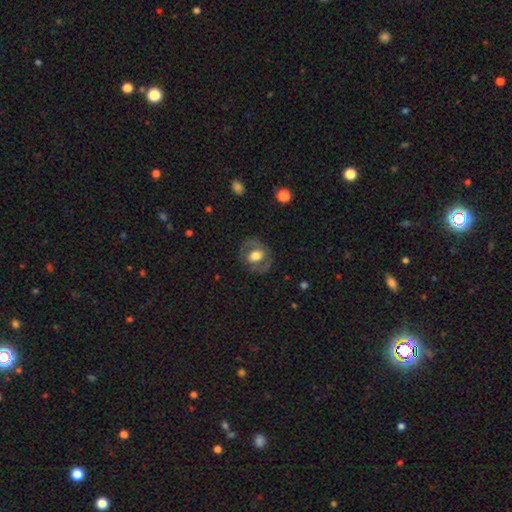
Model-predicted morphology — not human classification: Q: Smooth or featured?
A: featured or disk (54%); runner-up: smooth (39%)
Q: Edge-on disk?
A: no (95%); runner-up: yes (5%)
Q: Bar?
A: no (55%); runner-up: weak (30%)
Q: Spiral arms?
A: no (56%); runner-up: yes (44%)
Q: Bulge size?
A: moderate (47%); runner-up: large (41%)
Q: Merging?
A: none (76%); runner-up: minor disturbance (14%)